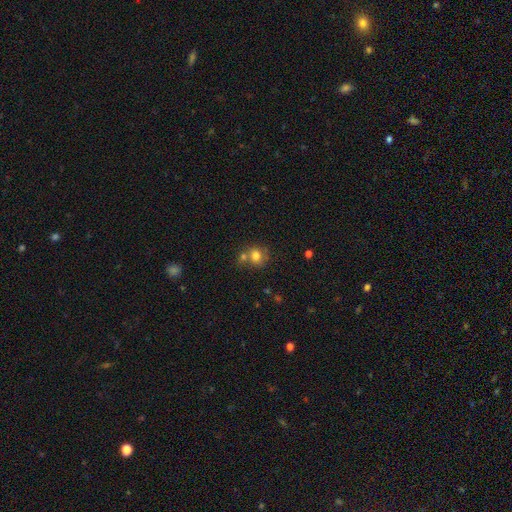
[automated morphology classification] A smooth galaxy with no disk features (77%) that is round (76%). Merging: none (50%).